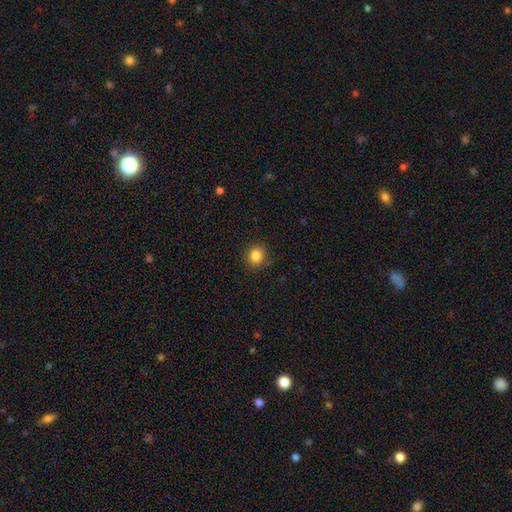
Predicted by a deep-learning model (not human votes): This appears to be a smooth galaxy with no disk features (84%) that is round (87%). Merging: none (87%).